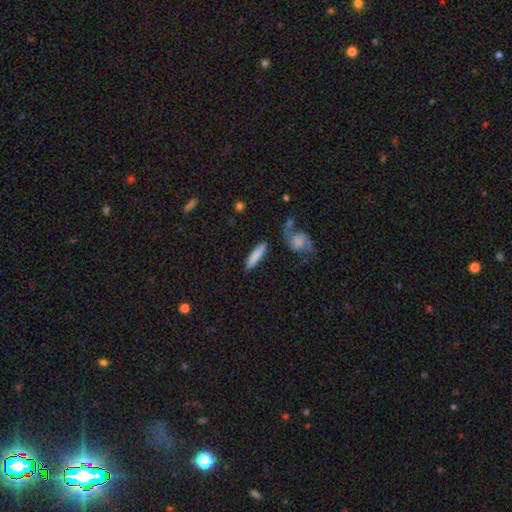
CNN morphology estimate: The model was most divided on "smooth or featured": smooth: 78%, featured or disk: 17%, star or artifact: 5%. More confident: how rounded — cigar-shaped (84%); merging — none (80%).